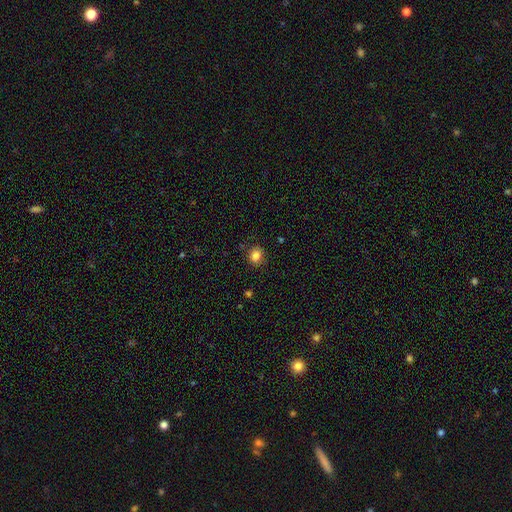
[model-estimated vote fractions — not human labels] smooth 84%, star or artifact 11%, featured or disk 5%. Down the decision tree: how rounded — round (76%); merging — none (85%).